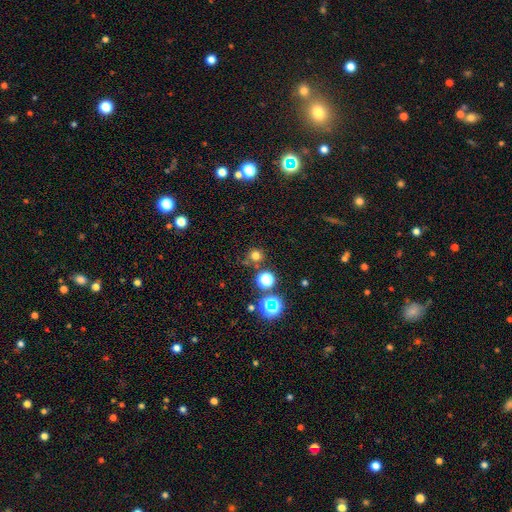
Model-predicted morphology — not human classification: Smooth or featured?
  - smooth: 68% *
  - star or artifact: 25%
  - featured or disk: 7%
How rounded?
  - round: 92% *
  - in between: 7%
  - cigar-shaped: 1%
Merging?
  - none: 79% *
  - minor disturbance: 10%
  - merger: 8%
  - major disturbance: 4%